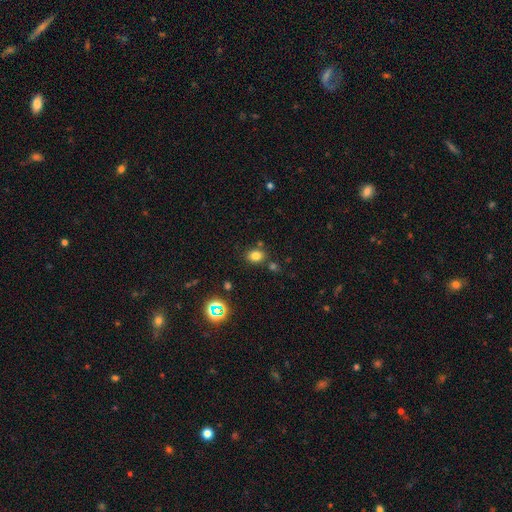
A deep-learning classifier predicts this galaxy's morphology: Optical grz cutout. It shows a smooth galaxy with no disk features (78%) that is in between round and cigar-shaped (56%). Merging: none (75%).